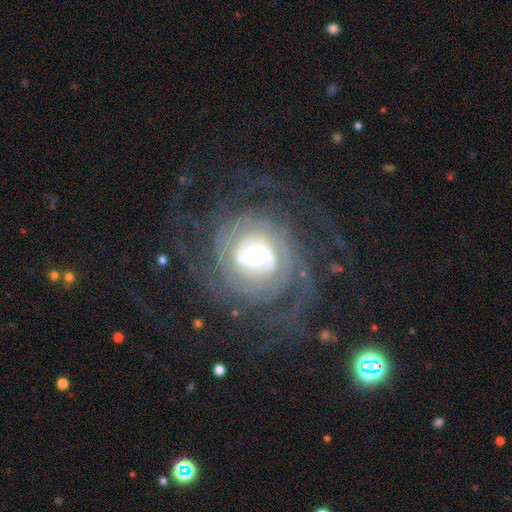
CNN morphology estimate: Q: Smooth or featured?
A: featured or disk (86%); runner-up: smooth (8%)
Q: Edge-on disk?
A: no (97%); runner-up: yes (3%)
Q: Bar?
A: no (64%); runner-up: weak (25%)
Q: Spiral arms?
A: yes (94%); runner-up: no (6%)
Q: Spiral winding?
A: tight (64%); runner-up: medium (25%)
Q: Spiral arm count?
A: can't tell (30%); runner-up: 2 (28%)
Q: Bulge size?
A: small (54%); runner-up: moderate (27%)
Q: Merging?
A: none (65%); runner-up: major disturbance (20%)